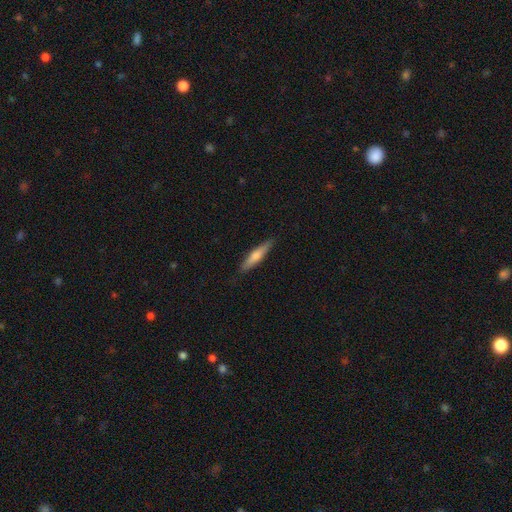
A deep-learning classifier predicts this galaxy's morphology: Smooth or featured?
  - smooth: 51% *
  - featured or disk: 43%
  - star or artifact: 6%
How rounded?
  - cigar-shaped: 88% *
  - in between: 11%
  - round: 2%
Merging?
  - none: 89% *
  - minor disturbance: 8%
  - major disturbance: 2%
  - merger: 1%